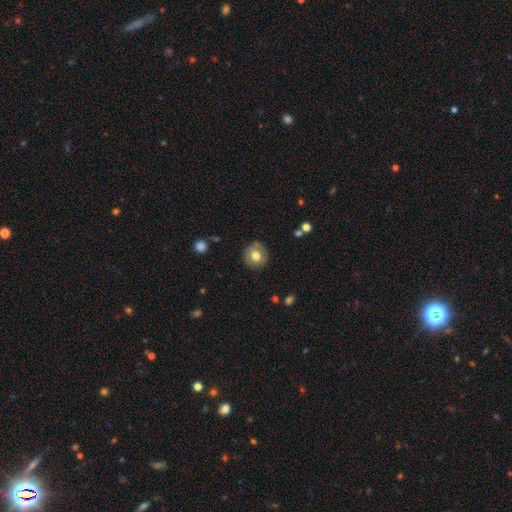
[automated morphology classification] A smooth galaxy with no disk features (71%) that is round (90%). Merging: none (86%).